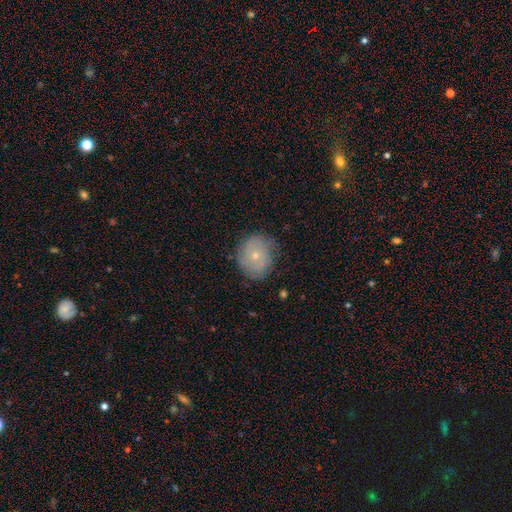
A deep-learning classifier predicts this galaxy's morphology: Smooth or featured? Predicted: smooth (p=0.50). Merging? Predicted: none (p=0.72).